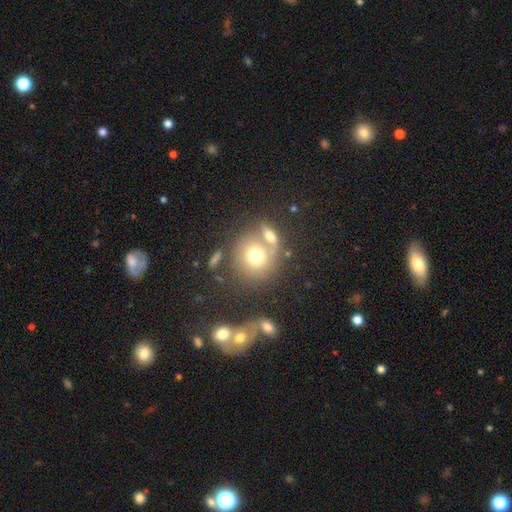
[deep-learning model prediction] This appears to be a smooth galaxy with no disk features (70%) that is round (84%). Merging: none (52%).